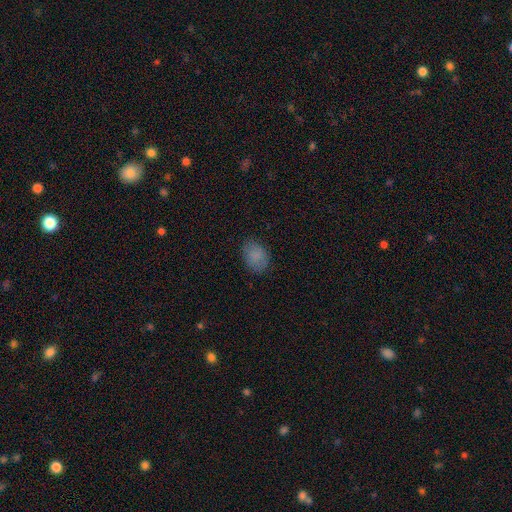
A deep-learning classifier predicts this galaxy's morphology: Q: Smooth or featured?
A: smooth (84%); runner-up: star or artifact (9%)
Q: How rounded?
A: in between (72%); runner-up: round (27%)
Q: Merging?
A: none (80%); runner-up: minor disturbance (15%)